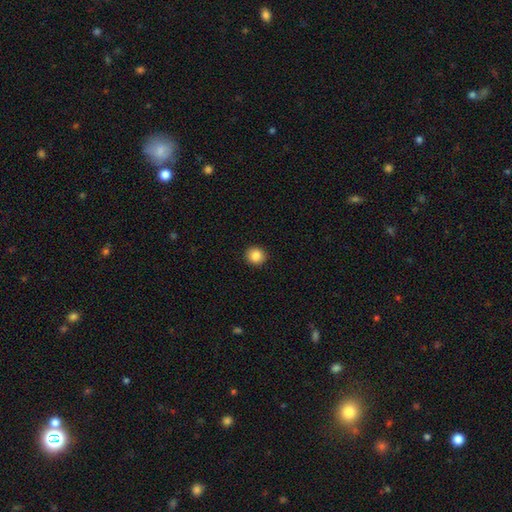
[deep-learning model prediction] The model was most divided on "smooth or featured": smooth: 87%, star or artifact: 9%, featured or disk: 4%. More confident: merging — none (92%); how rounded — round (89%).